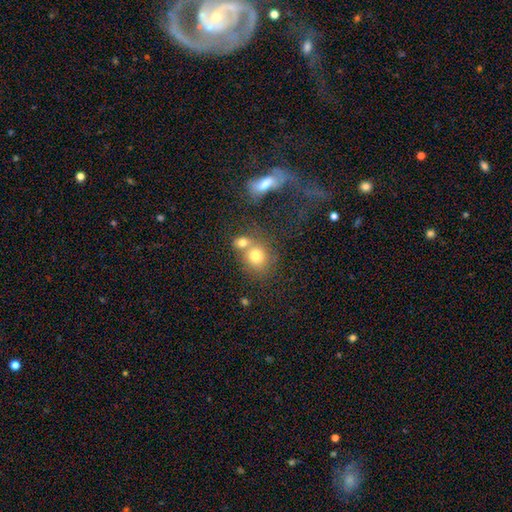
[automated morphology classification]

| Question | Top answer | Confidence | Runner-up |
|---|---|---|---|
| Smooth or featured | smooth | 74% | star or artifact (13%) |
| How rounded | round | 74% | in between (25%) |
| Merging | merger | 43% | tied: none (43%) |